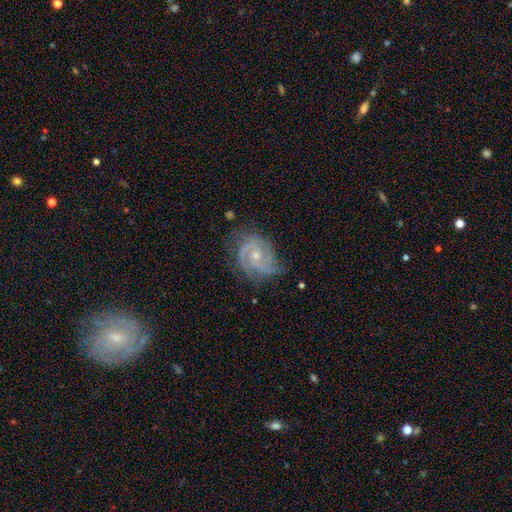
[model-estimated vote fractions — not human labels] A featured or disk galaxy (85%) with no bar (68%), 2 (41%) tight (53%) spiral arms (96%) and a small central bulge (58%).

Vote fractions:
- Smooth or featured? featured or disk: 85% / smooth: 8% / star or artifact: 7%
- Edge-on disk? no: 98% / yes: 2%
- Bar? no: 68% / weak: 27% / strong: 5%
- Spiral arms? yes: 96% / no: 4%
- Spiral winding? tight: 53% / medium: 38% / loose: 9%
- Spiral arm count? 2: 41% / 3: 28% / can't tell: 18% / 4: 5% / 1: 5% / more than 4: 4%
- Bulge size? small: 58% / moderate: 39% / none: 2% / large: 1% / dominant: 1%
- Merging? none: 60% / minor disturbance: 26% / major disturbance: 12% / merger: 2%